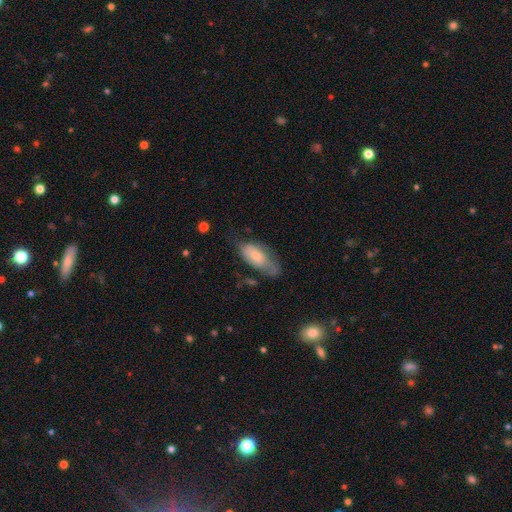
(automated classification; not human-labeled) Morphology: type=smooth (64%); roundness=in between (90%); merging=none (39%).